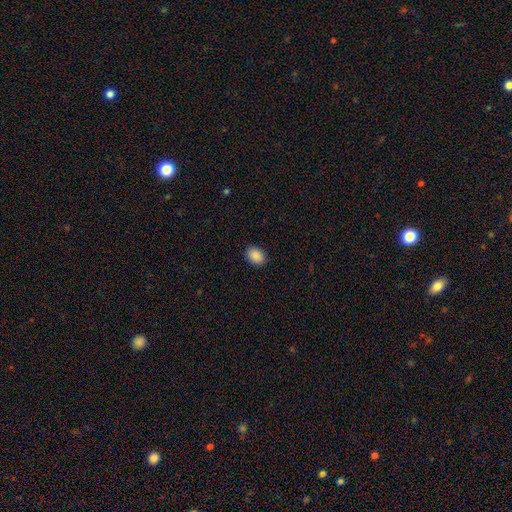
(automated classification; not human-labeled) Smooth or featured? smooth (89%)
How rounded? in between (67%)
Merging? none (90%)